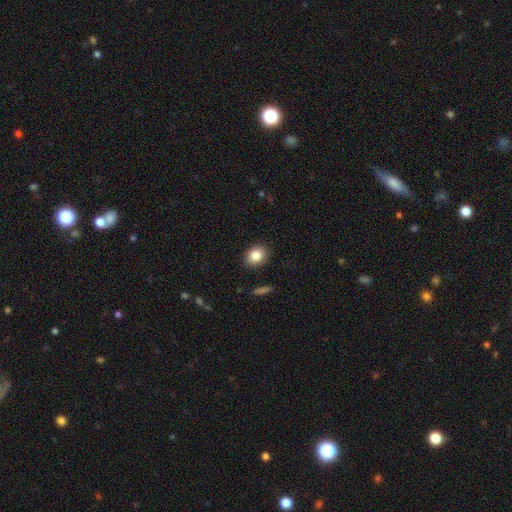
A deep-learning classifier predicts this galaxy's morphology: Overall: smooth (84%). How rounded: in between (52%; round 47%). Merging: none (89%).